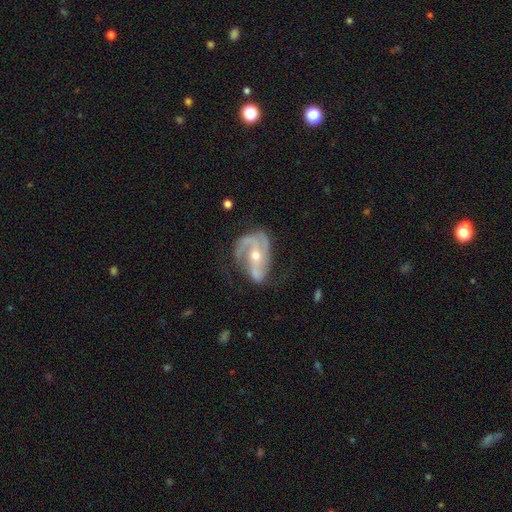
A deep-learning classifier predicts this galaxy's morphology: A featured or disk galaxy (86%) with no bar (42%), 2 (45%) medium (45%) spiral arms (93%) and a moderate central bulge (53%). Merging: none (47%).